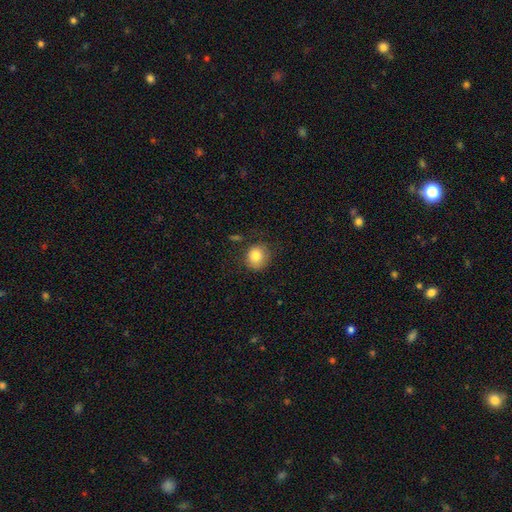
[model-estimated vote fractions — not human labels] A smooth galaxy with no disk features (82%) that is round (81%).

Vote fractions:
- Smooth or featured? smooth: 82% / star or artifact: 10% / featured or disk: 9%
- How rounded? round: 81% / in between: 18% / cigar-shaped: 1%
- Merging? none: 72% / minor disturbance: 19% / major disturbance: 6% / merger: 3%